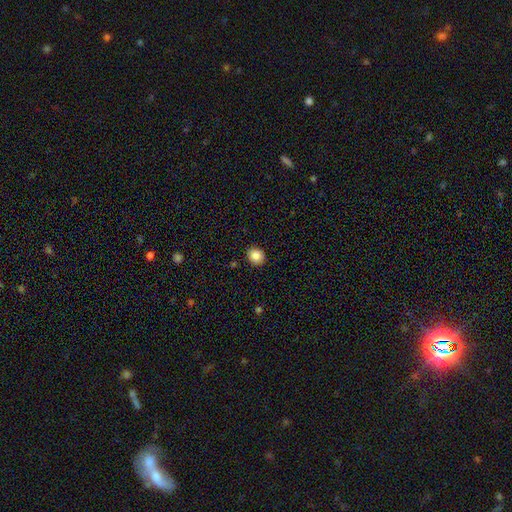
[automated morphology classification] Overall: smooth (87%). How rounded: round (72%). Merging: none (91%).